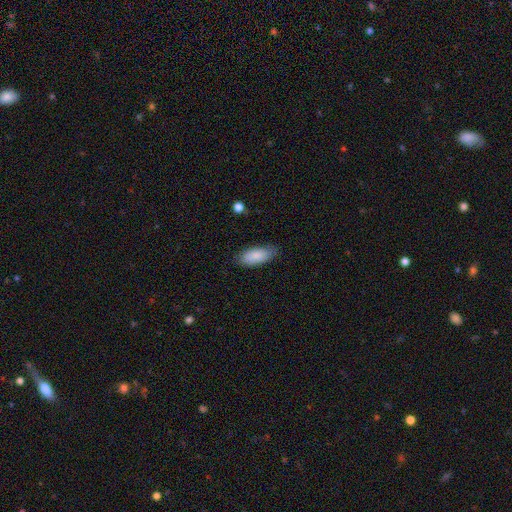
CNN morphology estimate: This appears to be a smooth galaxy with no disk features (86%) that is in between round and cigar-shaped (85%). Merging: none (80%).